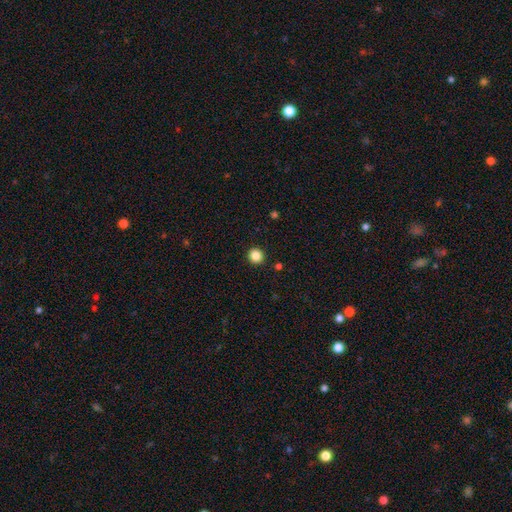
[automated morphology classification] Smooth or featured? smooth (86%)
How rounded? round (94%)
Merging? none (93%)